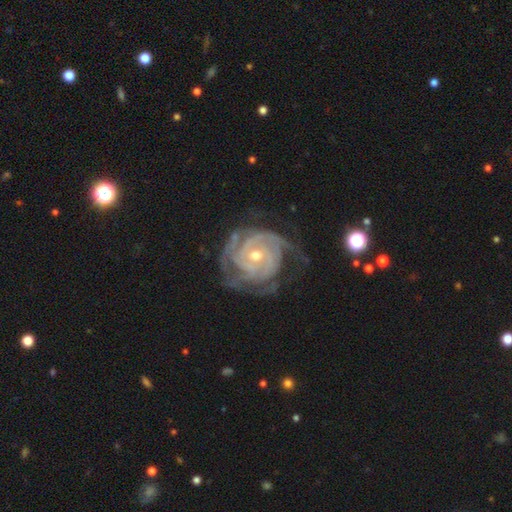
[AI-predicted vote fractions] A featured or disk galaxy (91%) with no bar (61%), 3 (28%) tight (78%) spiral arms (97%) and a moderate central bulge (52%).

Vote fractions:
- Smooth or featured? featured or disk: 91% / star or artifact: 5% / smooth: 5%
- Edge-on disk? no: 98% / yes: 2%
- Bar? no: 61% / weak: 29% / strong: 10%
- Spiral arms? yes: 97% / no: 3%
- Spiral winding? tight: 78% / medium: 19% / loose: 3%
- Spiral arm count? 3: 28% / can't tell: 24% / 2: 19% / 4: 16% / more than 4: 7% / 1: 6%
- Bulge size? moderate: 52% / small: 45% / large: 2% / none: 1% / dominant: 1%
- Merging? none: 62% / minor disturbance: 22% / major disturbance: 14% / merger: 2%